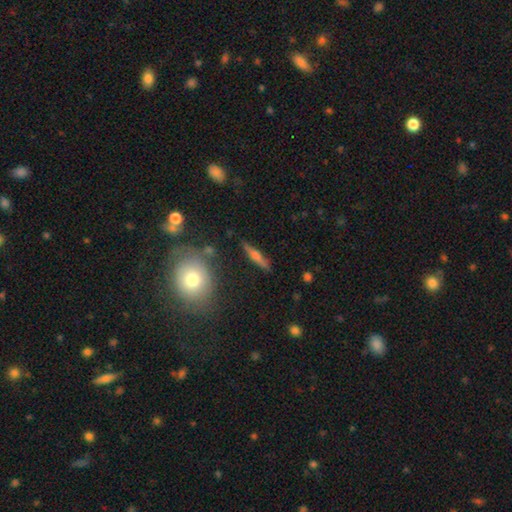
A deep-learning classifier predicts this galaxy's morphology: smooth-or-featured: featured or disk: 51% | smooth: 40% | star or artifact: 8%
  disk-edge-on: yes: 93% | no: 7%
  merging: none: 85% | minor disturbance: 9% | merger: 3% | major disturbance: 3%